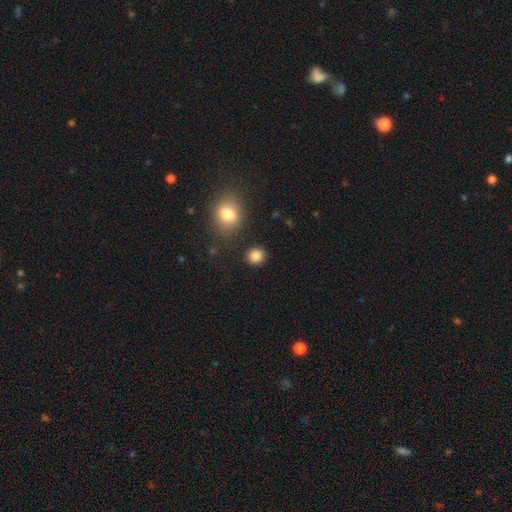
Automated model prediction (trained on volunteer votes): Morphology: type=smooth (85%); roundness=round (88%); merging=none (88%).